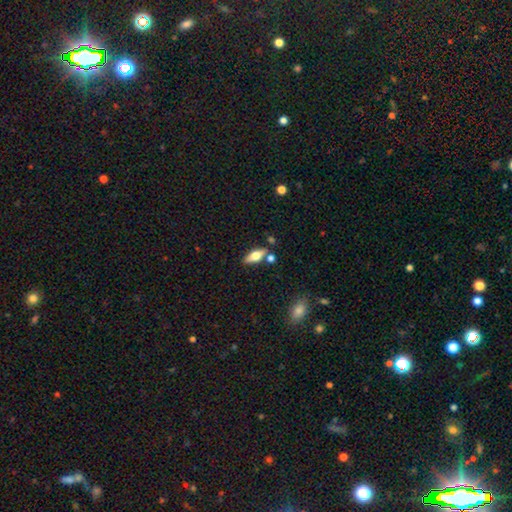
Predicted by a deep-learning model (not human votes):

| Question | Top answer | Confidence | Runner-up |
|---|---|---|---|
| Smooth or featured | smooth | 51% | featured or disk (42%) |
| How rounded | in between | 68% | cigar-shaped (28%) |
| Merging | none | 77% | minor disturbance (11%) |